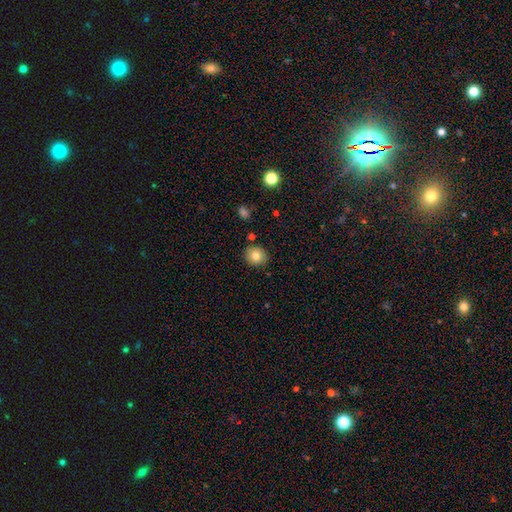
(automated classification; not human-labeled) A smooth galaxy with no disk features (80%) that is round (79%).

Vote fractions:
- Smooth or featured? smooth: 80% / featured or disk: 10% / star or artifact: 10%
- How rounded? round: 79% / in between: 21% / cigar-shaped: 1%
- Merging? none: 87% / minor disturbance: 8% / merger: 3% / major disturbance: 2%